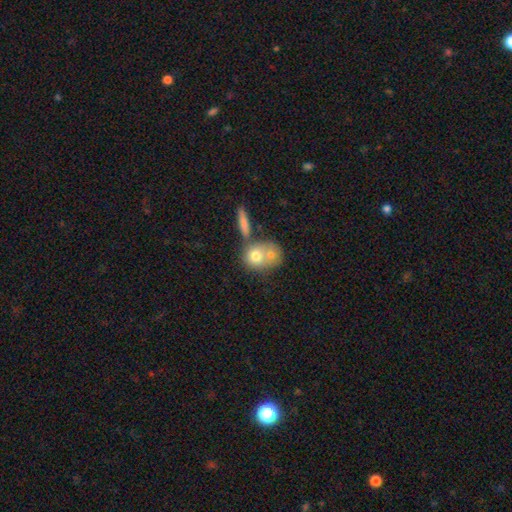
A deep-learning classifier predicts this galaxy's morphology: smooth_or_featured: smooth (p=0.69) [alt: featured or disk p=0.22]
how_rounded: round (p=0.62) [alt: in between p=0.36]
merging: merger (p=0.56) [alt: none p=0.30]